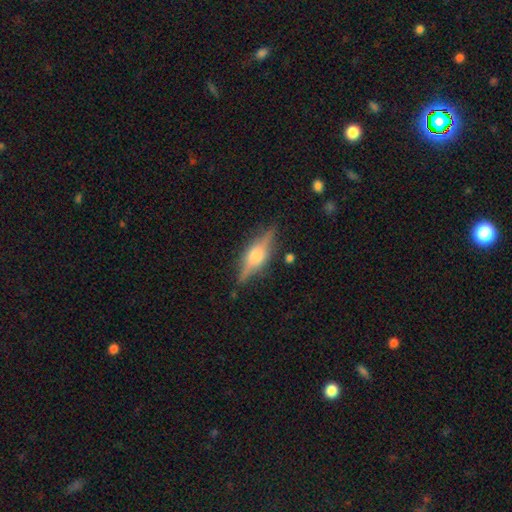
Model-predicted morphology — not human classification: smooth-or-featured: featured or disk: 70% | smooth: 23% | star or artifact: 7%
  disk-edge-on: yes: 96% | no: 4%
    edge-on-bulge: rounded: 87% | boxy: 11% | none: 2%
  merging: none: 84% | minor disturbance: 12% | major disturbance: 3% | merger: 2%